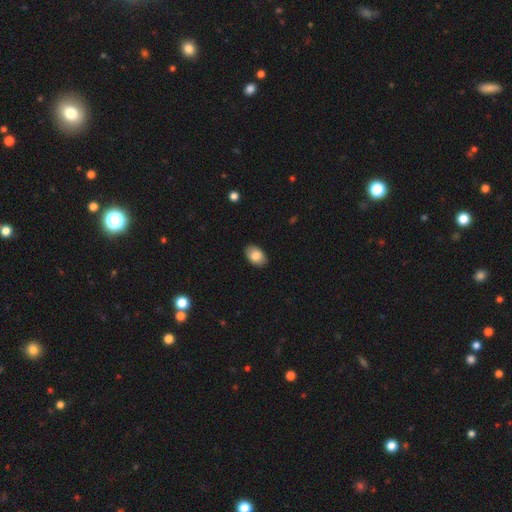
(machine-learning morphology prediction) type=smooth (83%); roundness=in between (89%); merging=none (87%).